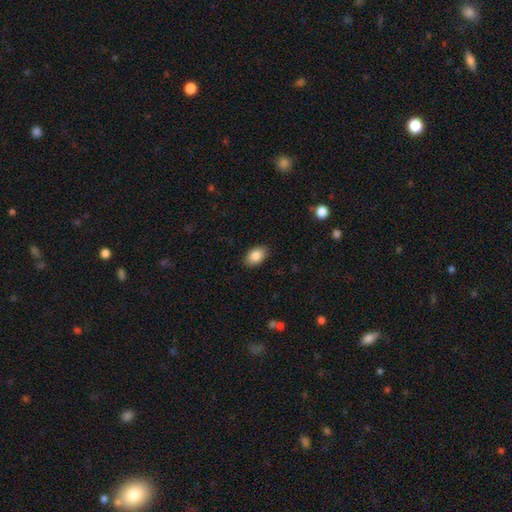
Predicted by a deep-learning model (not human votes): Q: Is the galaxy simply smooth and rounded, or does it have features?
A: smooth — 86%.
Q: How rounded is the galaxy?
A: in between — 88%.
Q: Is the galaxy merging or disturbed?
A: none — 88%.